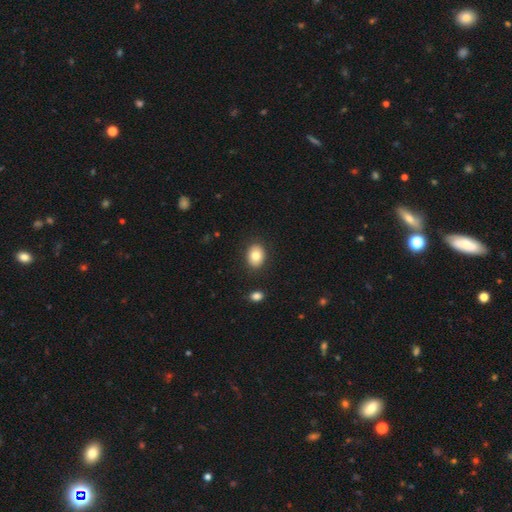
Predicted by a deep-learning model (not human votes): Smooth or featured: smooth — 81% (featured or disk — 10%)
How rounded: in between — 61% (round — 38%)
Merging: none — 89% (minor disturbance — 7%)